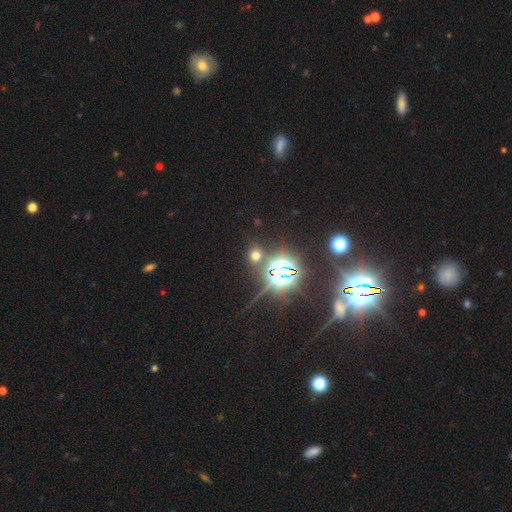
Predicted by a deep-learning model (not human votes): Smooth or featured: star or artifact — 48% (smooth — 44%)